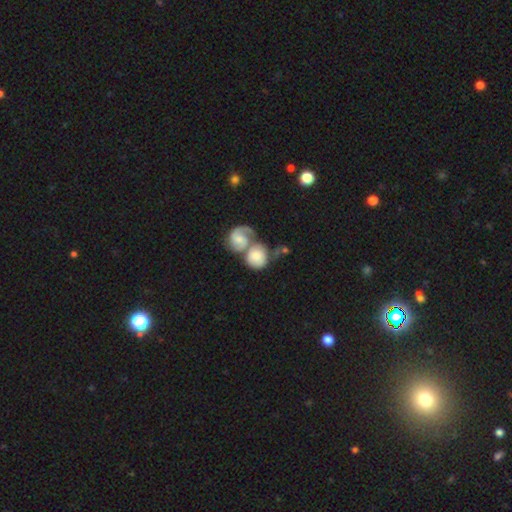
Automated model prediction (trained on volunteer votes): This appears to be a featured or disk galaxy (48%). Merging: merger (61%).